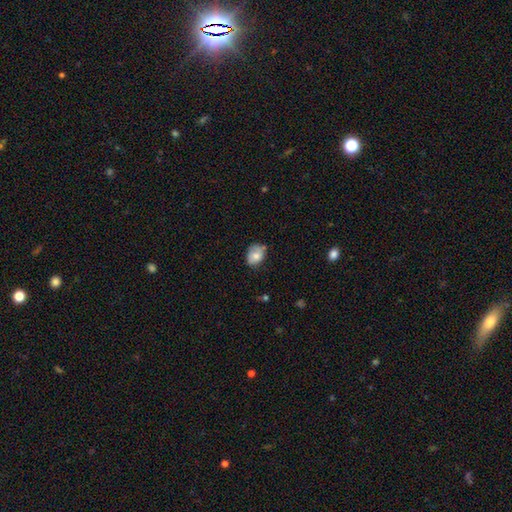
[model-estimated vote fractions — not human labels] Smooth or featured? Predicted: smooth (p=0.75). How rounded? Predicted: in between (p=0.68). Merging? Predicted: none (p=0.57).